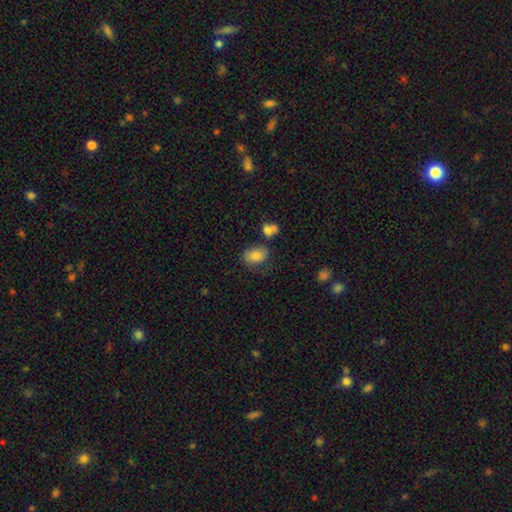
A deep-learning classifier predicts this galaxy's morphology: smooth_or_featured: smooth (p=0.82) [alt: featured or disk p=0.09]
how_rounded: in between (p=0.79) [alt: round p=0.20]
merging: none (p=0.63) [alt: minor disturbance p=0.20]